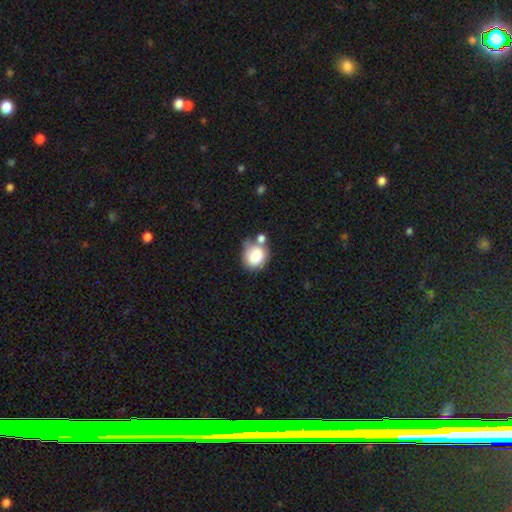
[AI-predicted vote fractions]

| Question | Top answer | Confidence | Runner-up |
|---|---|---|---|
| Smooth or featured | smooth | 82% | featured or disk (9%) |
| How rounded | round | 67% | in between (32%) |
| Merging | none | 41% | merger (31%) |